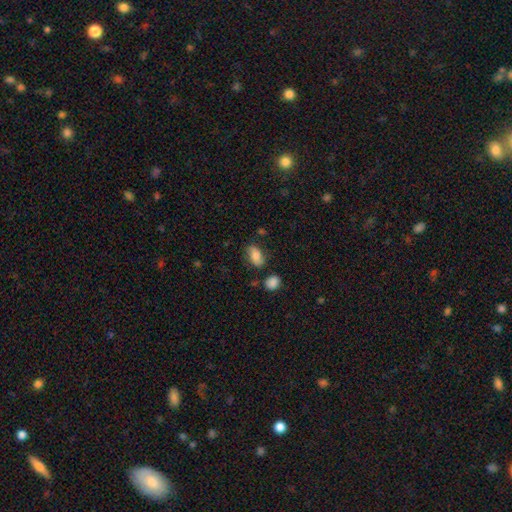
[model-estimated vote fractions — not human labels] The model was most divided on "merging": none: 73%, minor disturbance: 18%, major disturbance: 5%, merger: 5%. More confident: how rounded — in between (89%); smooth or featured — smooth (78%).